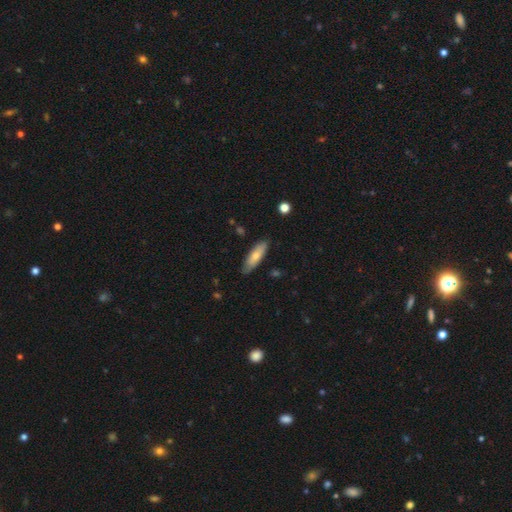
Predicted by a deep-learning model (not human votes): smooth 70%, featured or disk 24%, star or artifact 6%. Down the decision tree: how rounded — cigar-shaped (52%); merging — none (82%).